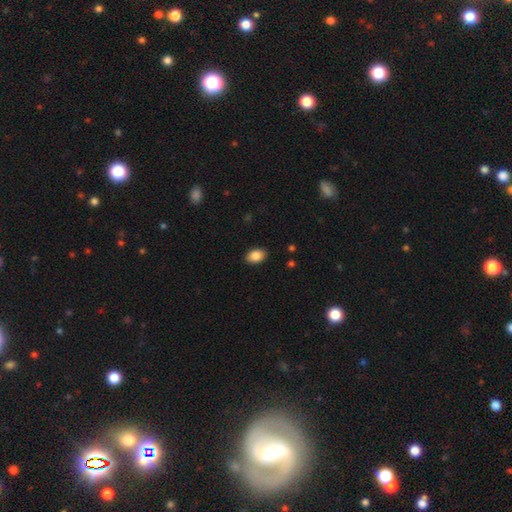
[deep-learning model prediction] Smooth or featured: smooth — 87% (star or artifact — 8%)
How rounded: in between — 83% (round — 16%)
Merging: none — 89% (minor disturbance — 8%)